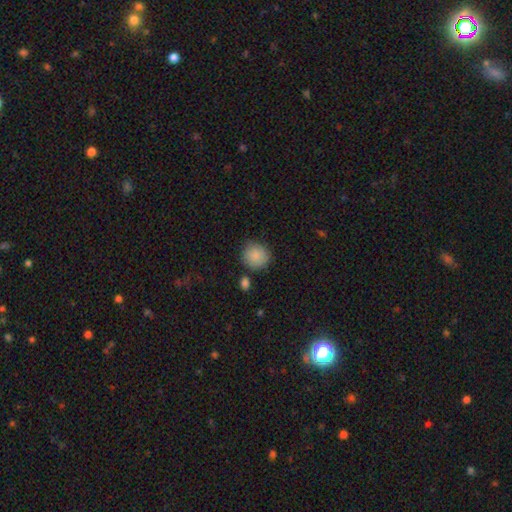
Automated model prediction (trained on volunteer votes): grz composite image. It shows a smooth galaxy with no disk features (87%) that is round (88%). Merging: none (78%).